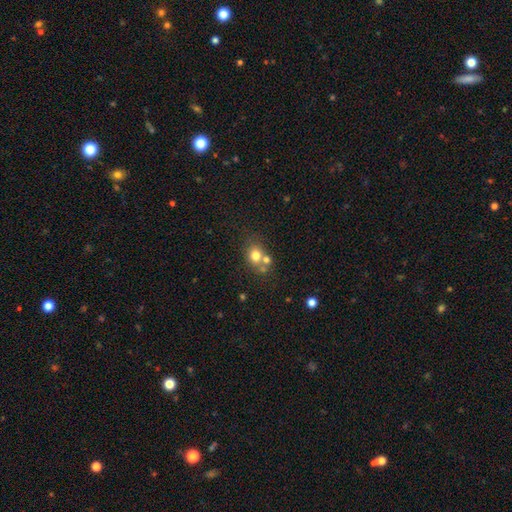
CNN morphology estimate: Smooth or featured?
  - smooth: 73% *
  - featured or disk: 14%
  - star or artifact: 13%
How rounded?
  - round: 67% *
  - in between: 32%
  - cigar-shaped: 1%
Merging?
  - none: 48% *
  - merger: 37%
  - minor disturbance: 10%
  - major disturbance: 4%